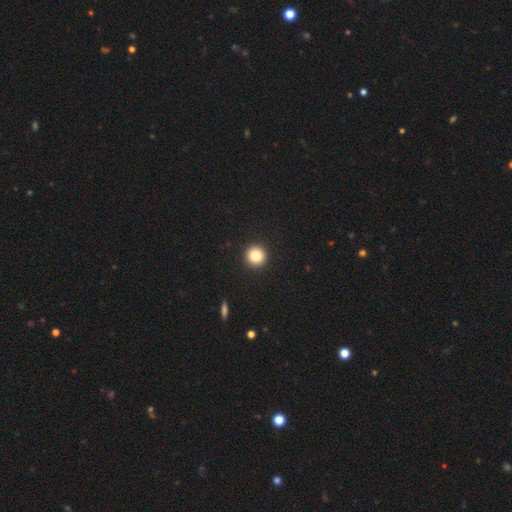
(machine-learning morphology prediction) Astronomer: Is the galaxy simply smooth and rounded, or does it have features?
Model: smooth — 83%.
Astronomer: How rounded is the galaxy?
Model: round — 95%.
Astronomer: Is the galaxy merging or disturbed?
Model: none — 94%.